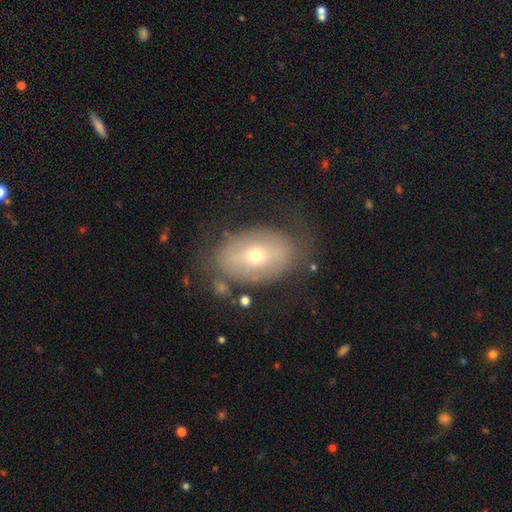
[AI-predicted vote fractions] Overall: featured or disk (46%; smooth 45%). Merging: none (66%).